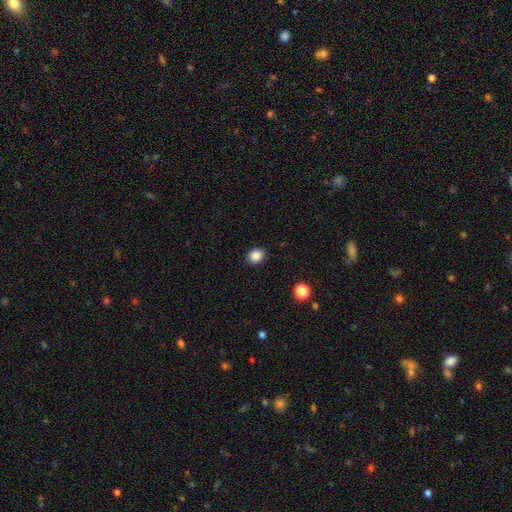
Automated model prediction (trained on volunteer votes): A smooth galaxy with no disk features (86%) that is round (64%).

Vote fractions:
- Smooth or featured? smooth: 86% / star or artifact: 10% / featured or disk: 3%
- How rounded? round: 64% / in between: 35% / cigar-shaped: 1%
- Merging? none: 89% / minor disturbance: 7% / major disturbance: 2% / merger: 1%